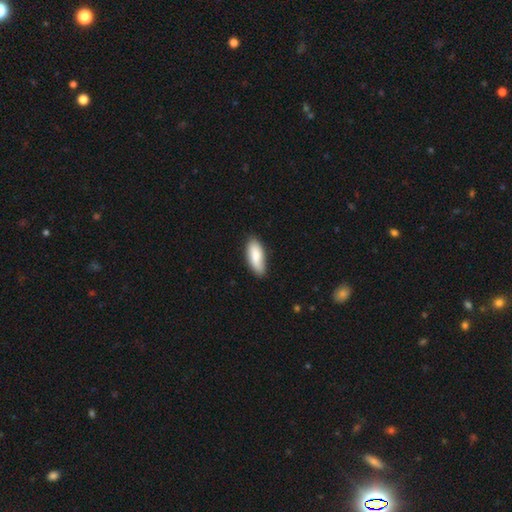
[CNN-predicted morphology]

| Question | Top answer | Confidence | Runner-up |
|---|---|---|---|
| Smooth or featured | smooth | 82% | featured or disk (13%) |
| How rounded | in between | 79% | cigar-shaped (19%) |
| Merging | none | 78% | minor disturbance (18%) |